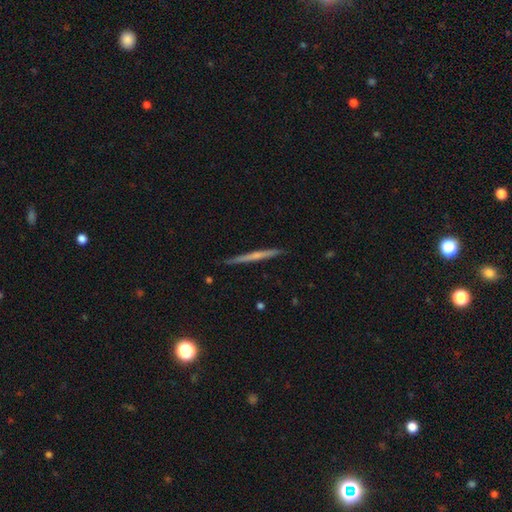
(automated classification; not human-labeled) This appears to be a featured or disk galaxy (55%) viewed edge-on (98%) with no central bulge (69%). Merging: none (91%).